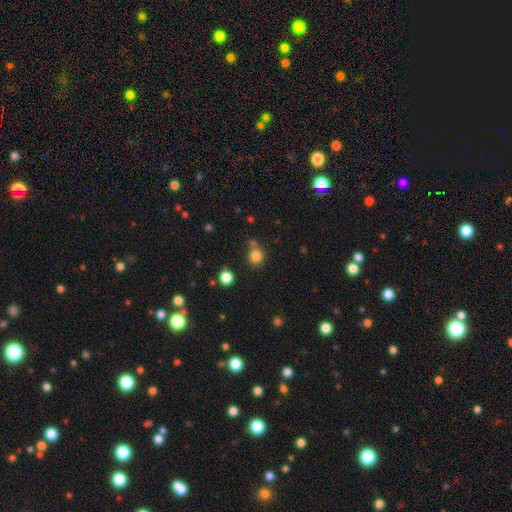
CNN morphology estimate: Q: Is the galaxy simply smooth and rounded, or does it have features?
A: smooth — 82%.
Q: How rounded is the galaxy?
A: round — 89%.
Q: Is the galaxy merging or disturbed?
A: none — 71%.